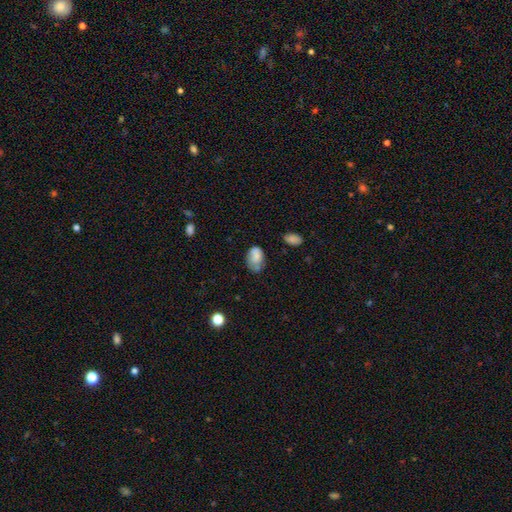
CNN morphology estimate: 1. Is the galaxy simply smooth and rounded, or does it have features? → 76% smooth, 15% featured or disk, 9% star or artifact.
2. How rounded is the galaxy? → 84% in between, 15% round, 1% cigar-shaped.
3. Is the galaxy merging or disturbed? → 46% none, 34% minor disturbance, 13% major disturbance, 7% merger.